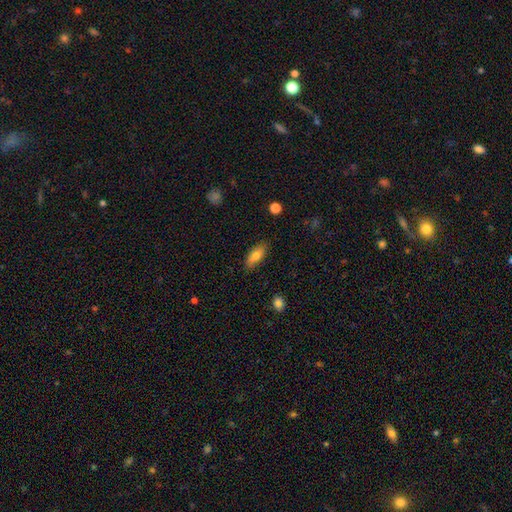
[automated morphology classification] smooth_or_featured: smooth (p=0.77) [alt: featured or disk p=0.16]
how_rounded: in between (p=0.80) [alt: cigar-shaped p=0.18]
merging: none (p=0.84) [alt: minor disturbance p=0.12]